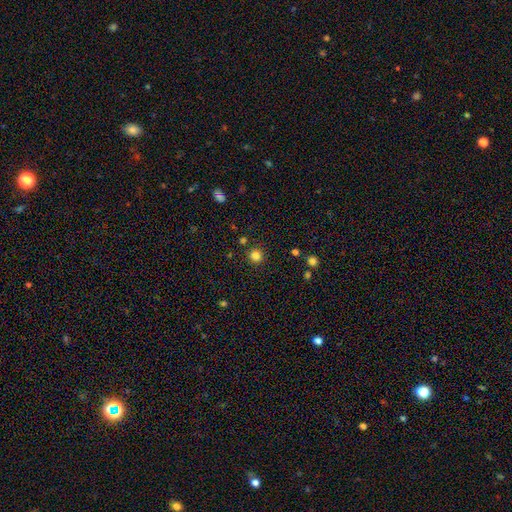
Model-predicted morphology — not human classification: Q: Smooth or featured?
A: smooth (82%); runner-up: star or artifact (13%)
Q: How rounded?
A: round (93%); runner-up: in between (6%)
Q: Merging?
A: none (89%); runner-up: minor disturbance (6%)